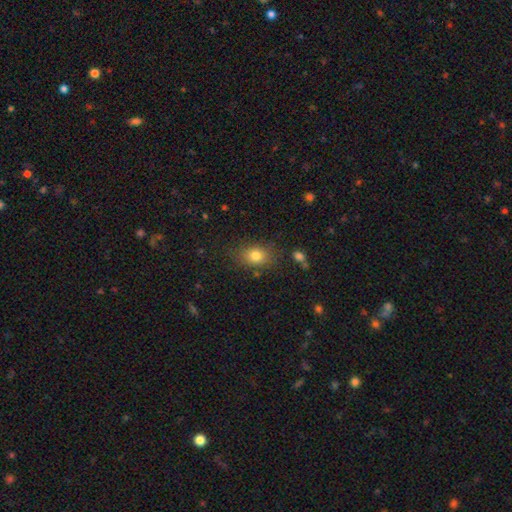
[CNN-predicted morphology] Smooth or featured? Predicted: smooth (p=0.80). How rounded? Predicted: in between (p=0.65). Merging? Predicted: none (p=0.79).